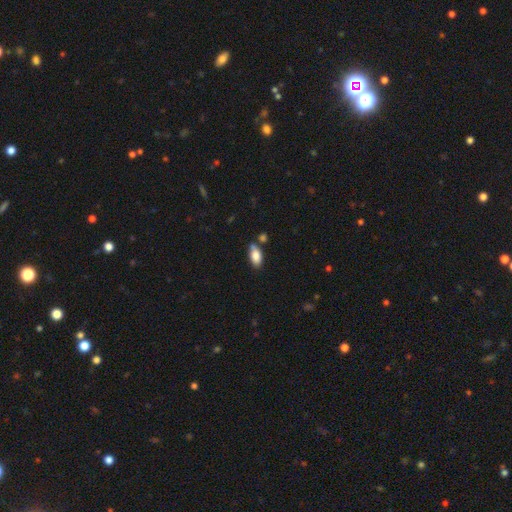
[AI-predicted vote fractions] Smooth or featured: smooth — 83% (featured or disk — 10%)
How rounded: in between — 92% (cigar-shaped — 4%)
Merging: none — 63% (minor disturbance — 18%)